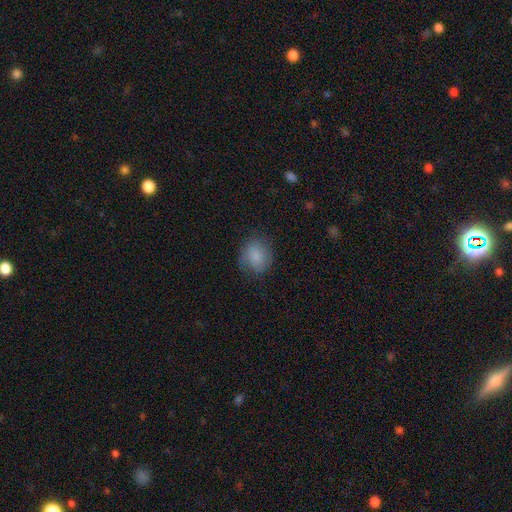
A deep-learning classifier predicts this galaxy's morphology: A smooth galaxy with no disk features (82%) that is round (66%).

Vote fractions:
- Smooth or featured? smooth: 82% / featured or disk: 10% / star or artifact: 8%
- How rounded? round: 66% / in between: 33% / cigar-shaped: 1%
- Merging? none: 72% / minor disturbance: 20% / major disturbance: 7% / merger: 1%